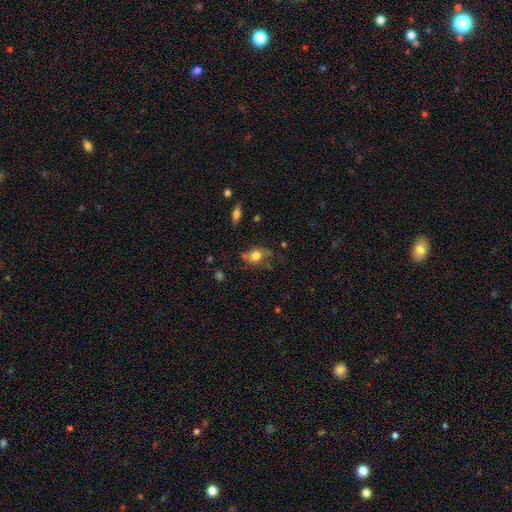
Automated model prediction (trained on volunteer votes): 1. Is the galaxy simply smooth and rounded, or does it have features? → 71% smooth, 20% featured or disk, 9% star or artifact.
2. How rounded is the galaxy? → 64% in between, 34% round, 2% cigar-shaped.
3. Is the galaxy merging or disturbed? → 54% none, 29% minor disturbance, 12% major disturbance, 5% merger.